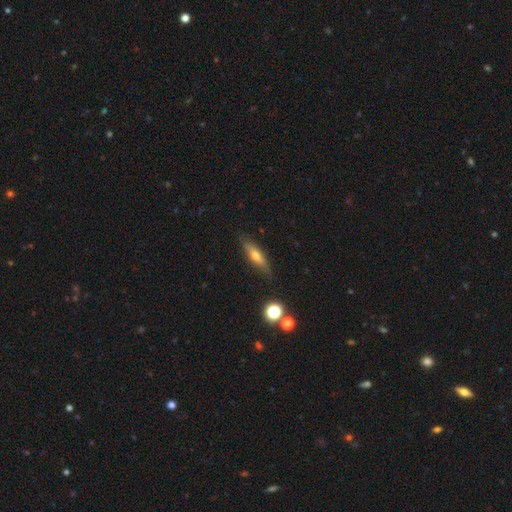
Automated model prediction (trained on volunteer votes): This appears to be a smooth galaxy with no disk features (48%). Merging: none (84%).